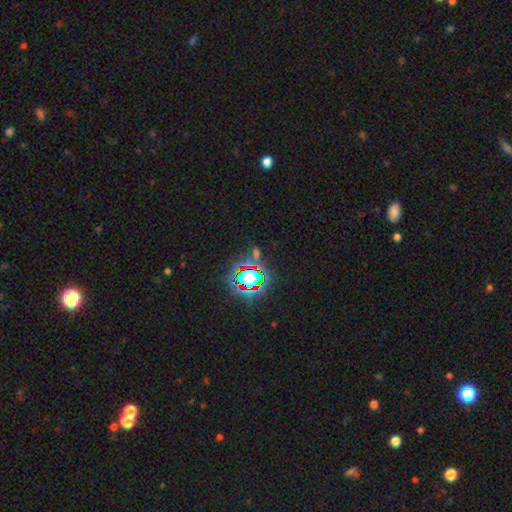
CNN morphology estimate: The model was most divided on "smooth or featured": star or artifact: 74%, smooth: 17%, featured or disk: 9%.